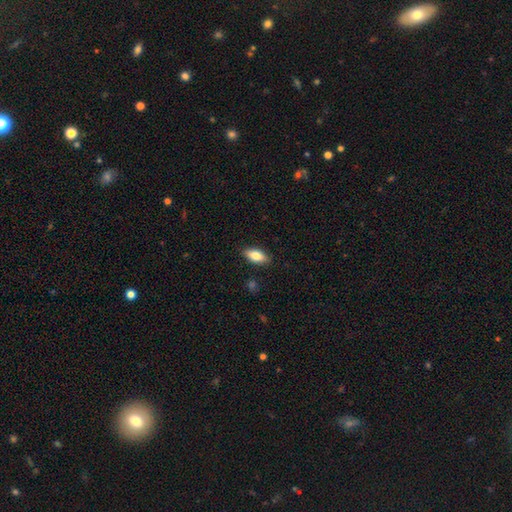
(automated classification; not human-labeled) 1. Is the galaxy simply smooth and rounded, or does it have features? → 80% smooth, 14% featured or disk, 7% star or artifact.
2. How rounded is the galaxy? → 86% in between, 11% cigar-shaped, 3% round.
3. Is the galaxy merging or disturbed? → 87% none, 9% minor disturbance, 2% major disturbance, 1% merger.